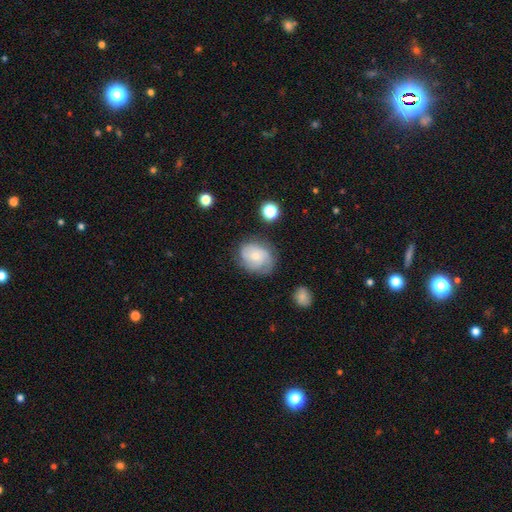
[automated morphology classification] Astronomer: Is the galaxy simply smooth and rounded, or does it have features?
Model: featured or disk — 53% (runner-up: smooth, 39%).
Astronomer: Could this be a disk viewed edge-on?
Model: no — 97%.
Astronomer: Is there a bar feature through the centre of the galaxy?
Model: no — 76%.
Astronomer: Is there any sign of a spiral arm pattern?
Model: yes — 83%.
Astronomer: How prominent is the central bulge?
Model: small — 60%.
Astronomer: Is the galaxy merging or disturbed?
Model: none — 66%.